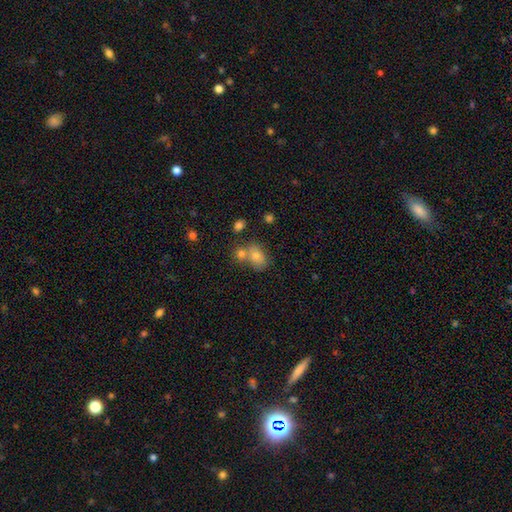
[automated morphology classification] The model was most divided on "merging": none: 53%, merger: 30%, minor disturbance: 12%, major disturbance: 5%. More confident: smooth or featured — smooth (69%); how rounded — in between (62%).